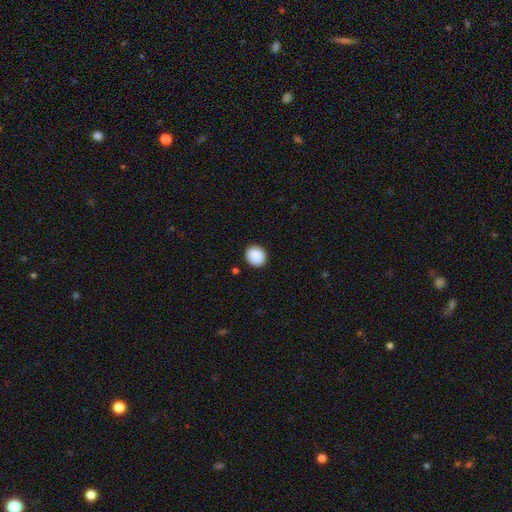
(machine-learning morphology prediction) Overall: smooth (90%). How rounded: round (75%). Merging: none (90%).